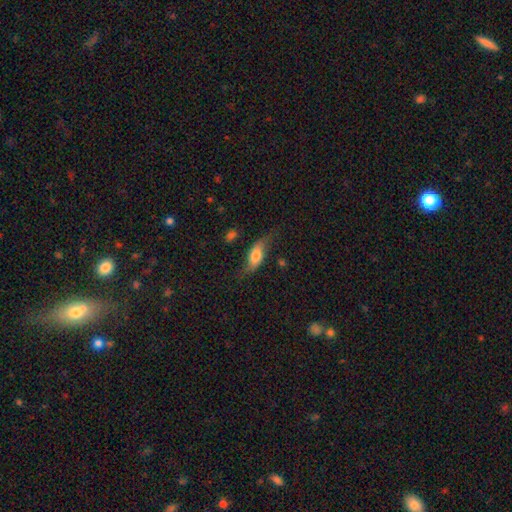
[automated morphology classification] This appears to be a smooth galaxy with no disk features (58%) that is in between round and cigar-shaped (73%). Merging: none (58%).